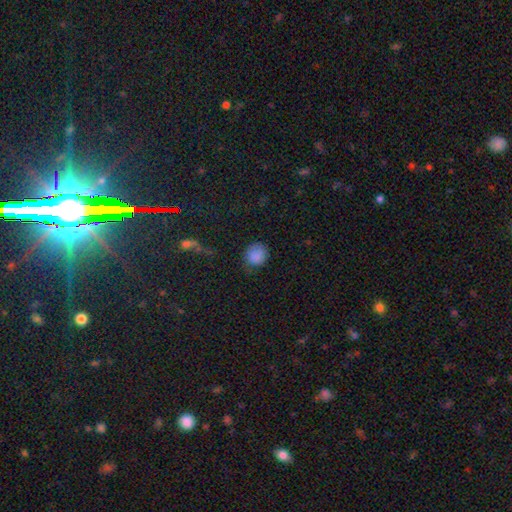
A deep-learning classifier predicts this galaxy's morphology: Smooth or featured?
  - smooth: 85% *
  - star or artifact: 10%
  - featured or disk: 5%
How rounded?
  - round: 83% *
  - in between: 16%
  - cigar-shaped: 1%
Merging?
  - none: 68% *
  - minor disturbance: 24%
  - major disturbance: 7%
  - merger: 2%